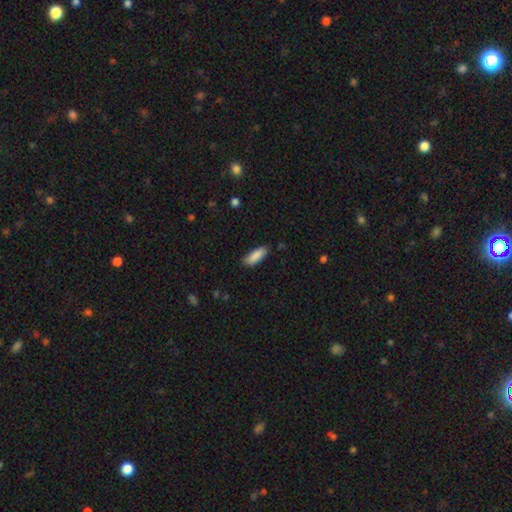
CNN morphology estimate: A smooth galaxy with no disk features (88%) that is in between round and cigar-shaped (67%).

Vote fractions:
- Smooth or featured? smooth: 88% / star or artifact: 6% / featured or disk: 6%
- How rounded? in between: 67% / cigar-shaped: 31% / round: 2%
- Merging? none: 81% / minor disturbance: 15% / major disturbance: 3% / merger: 1%